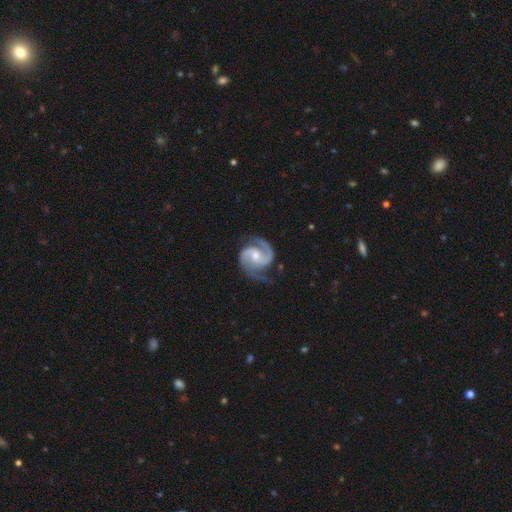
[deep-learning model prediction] Smooth or featured: featured or disk — 94% (star or artifact — 3%)
Edge-on disk: no — 98% (yes — 2%)
Bar: no — 50% (weak — 38%)
Spiral arms: yes — 99% (no — 1%)
Spiral winding: medium — 55% (tight — 37%)
Spiral arm count: 2 — 93% (3 — 2%)
Bulge size: moderate — 61% (small — 33%)
Merging: none — 76% (minor disturbance — 17%)